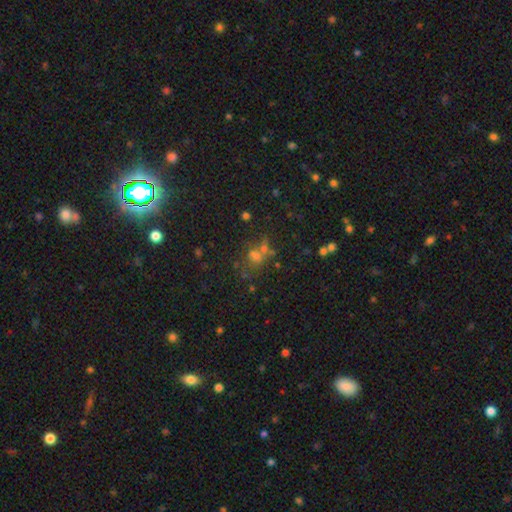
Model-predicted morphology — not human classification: Smooth or featured?
  - smooth: 47% *
  - star or artifact: 39%
  - featured or disk: 14%
Merging?
  - none: 53% *
  - merger: 29%
  - minor disturbance: 11%
  - major disturbance: 7%